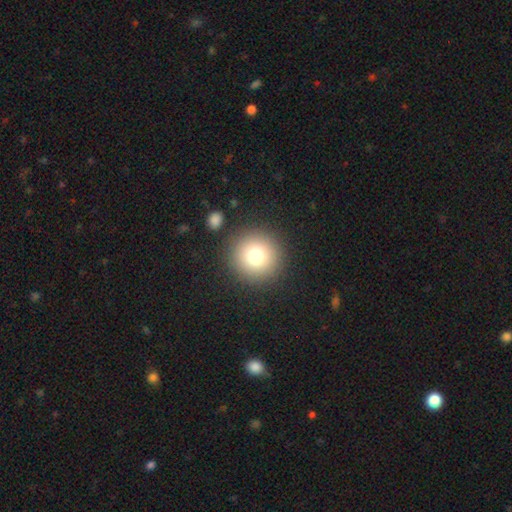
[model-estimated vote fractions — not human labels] Morphology: type=smooth (76%); roundness=round (95%); merging=none (88%).